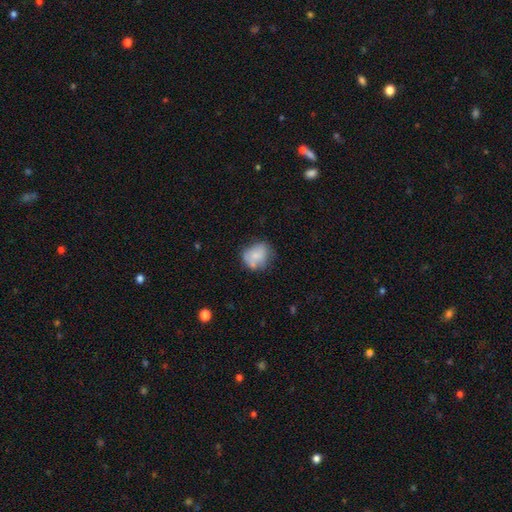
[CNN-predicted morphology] Smooth or featured? Predicted: smooth (p=0.70). How rounded? Predicted: round (p=0.61). Merging? Predicted: none (p=0.51).